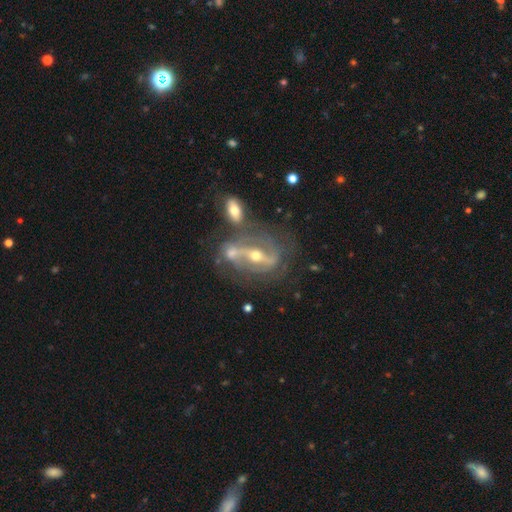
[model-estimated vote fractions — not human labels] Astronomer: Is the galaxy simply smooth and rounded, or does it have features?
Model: featured or disk — 87%.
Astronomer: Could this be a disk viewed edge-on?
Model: no — 91%.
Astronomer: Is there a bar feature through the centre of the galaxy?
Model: strong — 65%.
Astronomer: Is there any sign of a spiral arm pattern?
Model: yes — 90%.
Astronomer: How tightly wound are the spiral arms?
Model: medium — 46% (runner-up: loose, 29%).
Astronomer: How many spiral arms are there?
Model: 2 — 82%.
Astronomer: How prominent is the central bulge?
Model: moderate — 55% (runner-up: small, 41%).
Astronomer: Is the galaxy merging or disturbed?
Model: none — 51%.